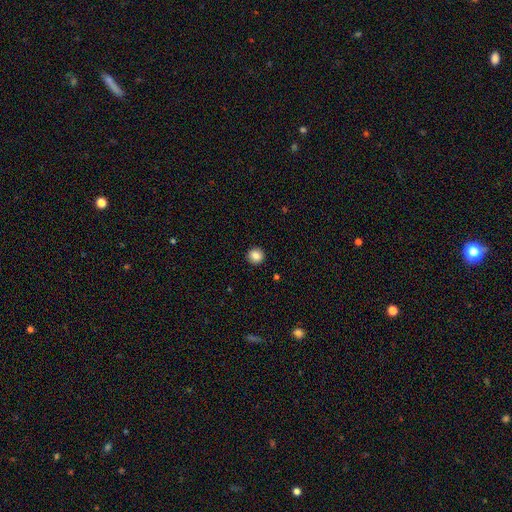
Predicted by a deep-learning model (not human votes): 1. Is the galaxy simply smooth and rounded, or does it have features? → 85% smooth, 9% star or artifact, 5% featured or disk.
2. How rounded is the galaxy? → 93% round, 6% in between, 1% cigar-shaped.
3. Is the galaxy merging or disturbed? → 93% none, 5% minor disturbance, 2% major disturbance, 1% merger.